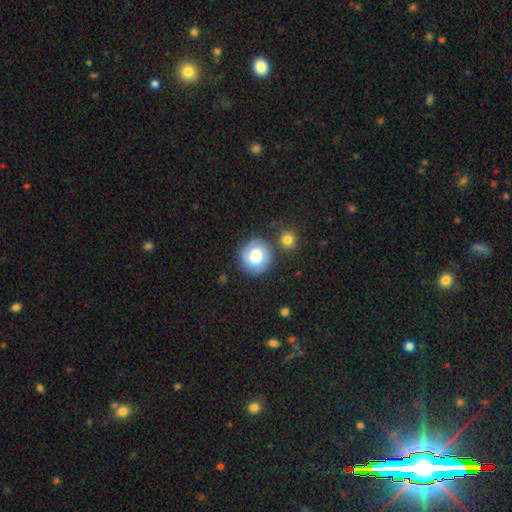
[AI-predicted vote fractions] This is possibly a smooth galaxy (57%). How rounded: clearly round (90%). Merging: likely none (72%).